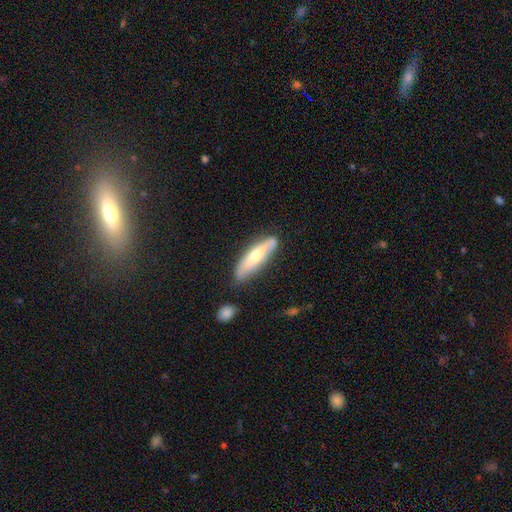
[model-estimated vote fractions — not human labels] Q: Smooth or featured?
A: featured or disk (48%); runner-up: smooth (45%)
Q: Merging?
A: none (73%); runner-up: minor disturbance (18%)